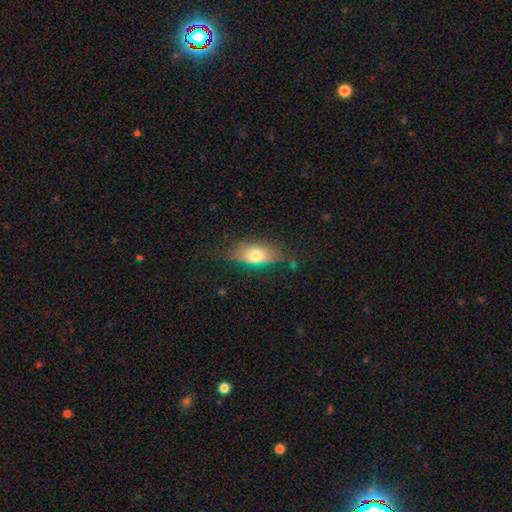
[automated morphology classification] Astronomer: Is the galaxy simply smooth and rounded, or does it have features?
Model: smooth — 68%.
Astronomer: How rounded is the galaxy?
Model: in between — 78%.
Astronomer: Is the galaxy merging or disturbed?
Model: none — 65%.